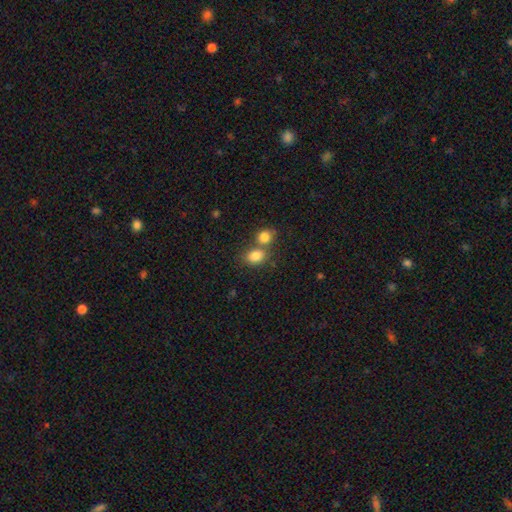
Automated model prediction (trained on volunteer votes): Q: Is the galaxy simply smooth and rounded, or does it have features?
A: smooth — 83%.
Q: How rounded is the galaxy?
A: in between — 58%.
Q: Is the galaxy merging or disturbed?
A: none — 46%.